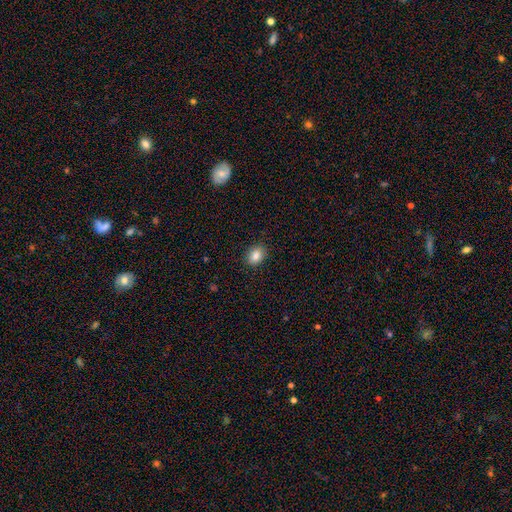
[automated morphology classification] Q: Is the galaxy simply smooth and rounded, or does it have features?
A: smooth — 86%.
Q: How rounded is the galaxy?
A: in between — 69%.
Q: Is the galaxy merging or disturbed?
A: none — 89%.